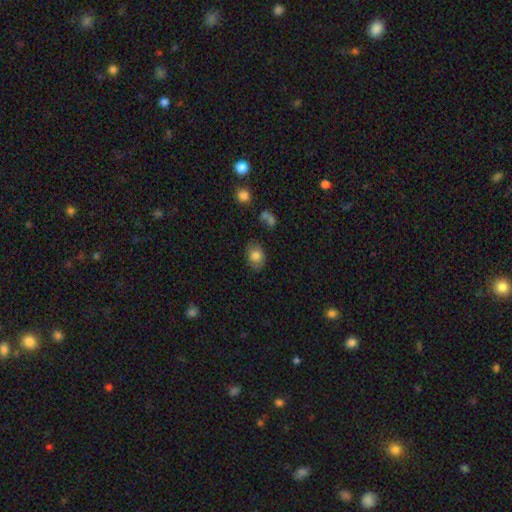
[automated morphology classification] Smooth or featured? smooth (80%)
How rounded? in between (65%)
Merging? none (78%)